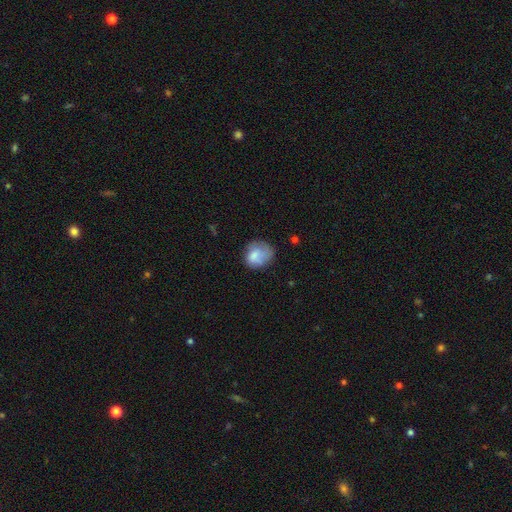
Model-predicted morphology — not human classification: This is likely a smooth galaxy (74%). How rounded: possibly round (59%). Merging: possibly none (53%).